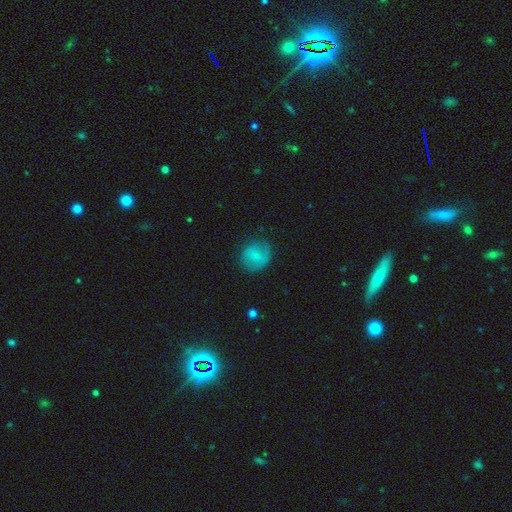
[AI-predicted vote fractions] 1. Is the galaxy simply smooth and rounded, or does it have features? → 72% smooth, 19% featured or disk, 9% star or artifact.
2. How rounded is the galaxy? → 72% round, 27% in between, 1% cigar-shaped.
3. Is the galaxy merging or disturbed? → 74% none, 18% minor disturbance, 7% major disturbance, 1% merger.